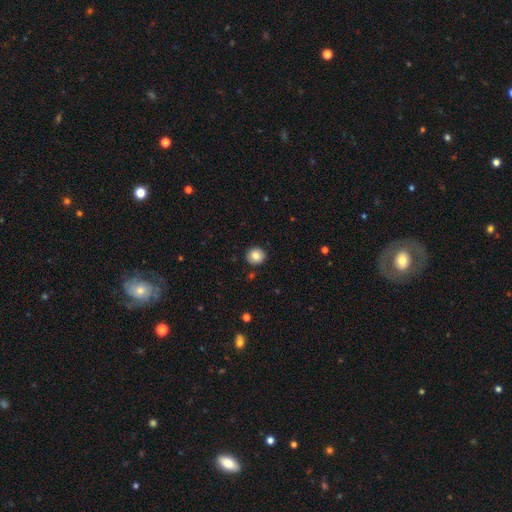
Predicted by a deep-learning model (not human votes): Smooth or featured: smooth — 82% (featured or disk — 9%)
How rounded: round — 88% (in between — 11%)
Merging: none — 91% (minor disturbance — 6%)